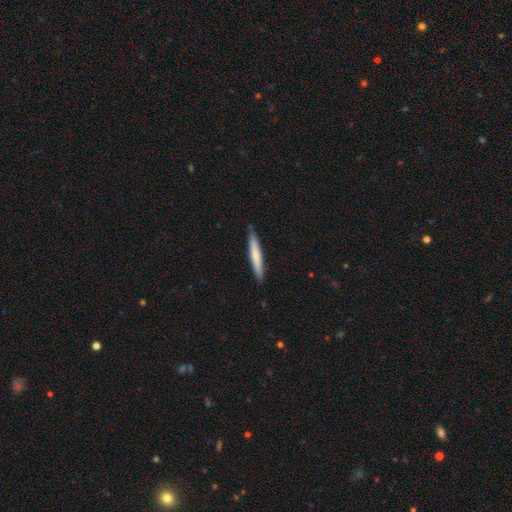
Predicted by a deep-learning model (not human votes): A smooth galaxy with no disk features (67%) that is cigar-shaped (95%). Merging: none (88%).